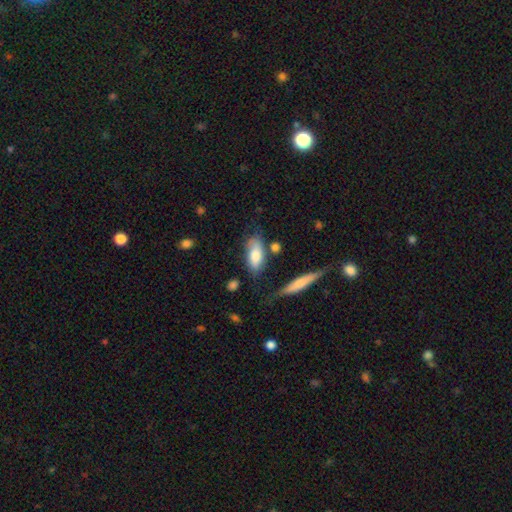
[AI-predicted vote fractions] Smooth or featured?
  - smooth: 72% *
  - featured or disk: 22%
  - star or artifact: 6%
How rounded?
  - in between: 81% *
  - cigar-shaped: 17%
  - round: 3%
Merging?
  - none: 57% *
  - minor disturbance: 25%
  - merger: 10%
  - major disturbance: 8%